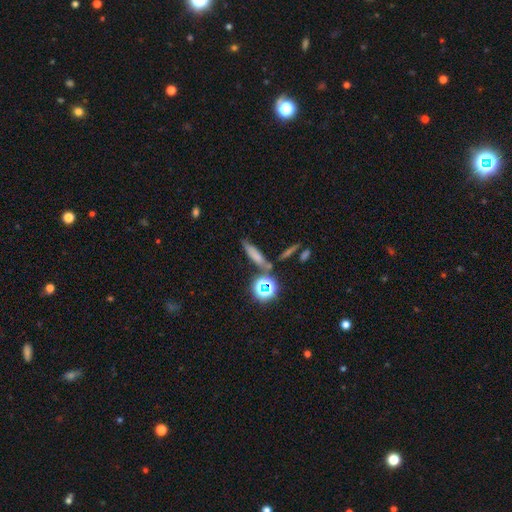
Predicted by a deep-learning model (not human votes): Morphology: type=smooth (64%); roundness=cigar-shaped (69%); merging=none (67%).